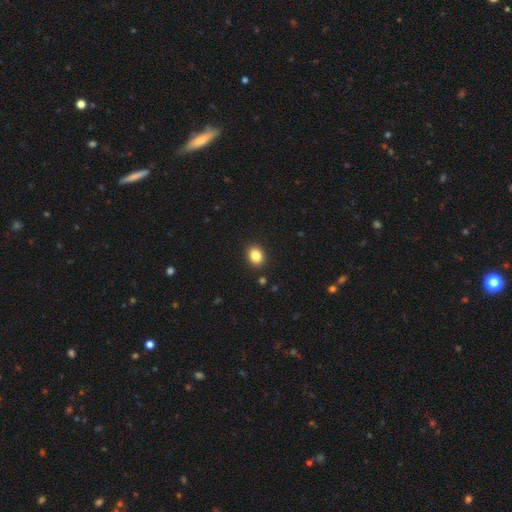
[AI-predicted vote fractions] Overall: smooth (85%). How rounded: round (51%; in between 49%). Merging: none (90%).